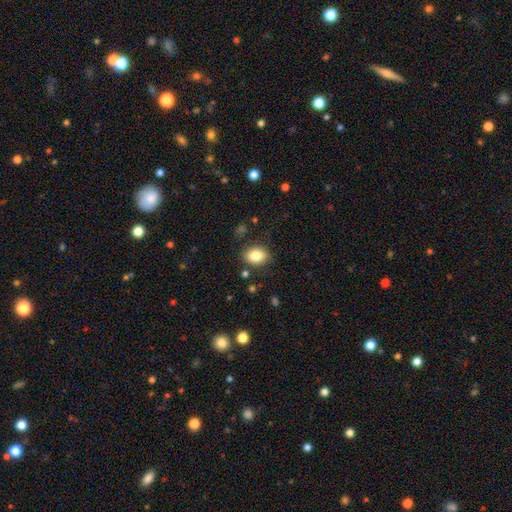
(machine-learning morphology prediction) This is clearly a smooth galaxy (84%). How rounded: likely in between (66%). Merging: clearly none (82%).